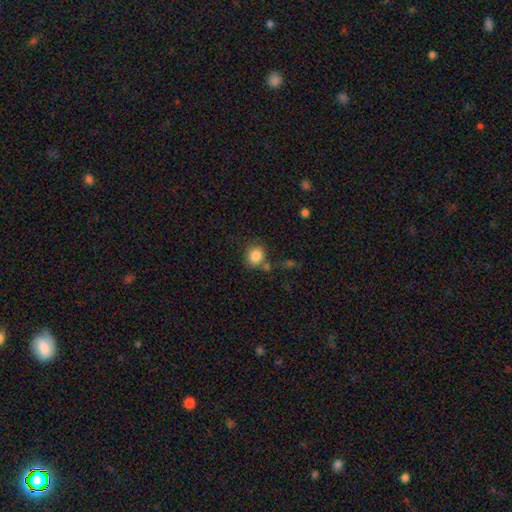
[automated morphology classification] type=smooth (85%); roundness=round (63%); merging=none (70%).